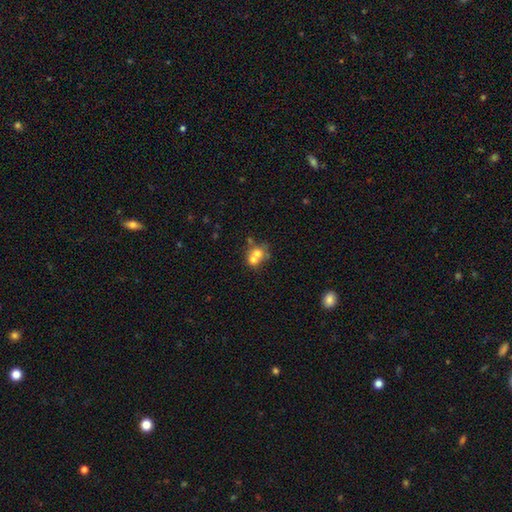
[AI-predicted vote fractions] Q: Smooth or featured?
A: smooth (64%); runner-up: featured or disk (24%)
Q: How rounded?
A: round (73%); runner-up: in between (26%)
Q: Merging?
A: merger (63%); runner-up: none (28%)